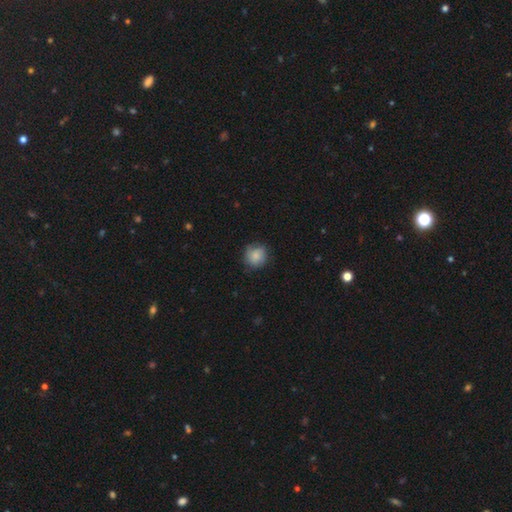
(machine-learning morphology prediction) smooth-or-featured: smooth: 79% | featured or disk: 14% | star or artifact: 8%
  how-rounded: round: 88% | in between: 11% | cigar-shaped: 1%
  merging: none: 74% | minor disturbance: 19% | major disturbance: 5% | merger: 1%